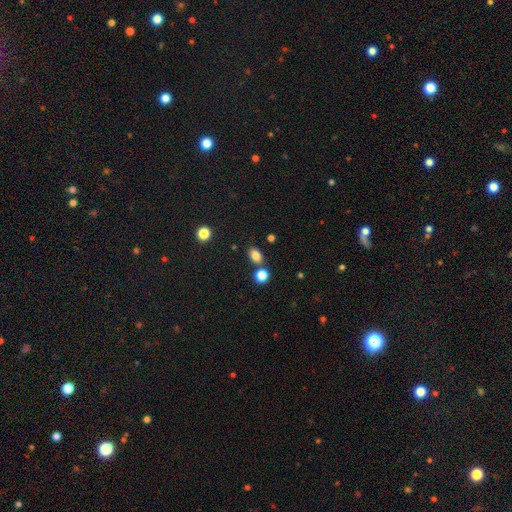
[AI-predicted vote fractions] Morphology: type=smooth (82%); roundness=in between (77%); merging=none (72%).